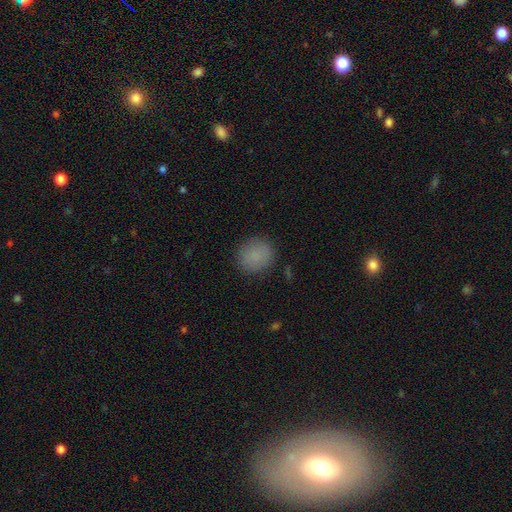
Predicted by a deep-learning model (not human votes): Smooth or featured: smooth — 85% (star or artifact — 10%)
How rounded: round — 87% (in between — 12%)
Merging: none — 87% (minor disturbance — 9%)